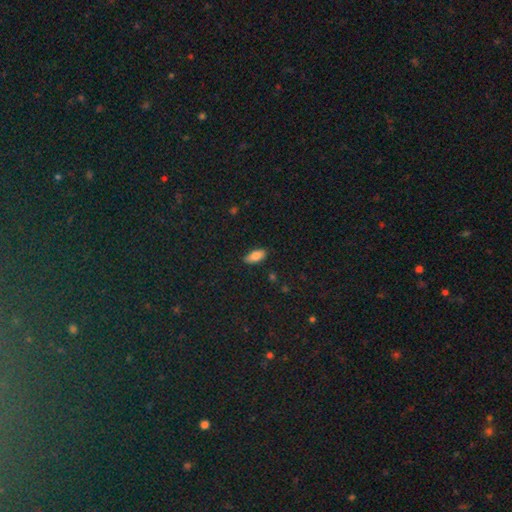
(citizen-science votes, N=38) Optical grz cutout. It shows a smooth galaxy with no disk features (87%) that is in between round and cigar-shaped (94%). Merging: none (83%).